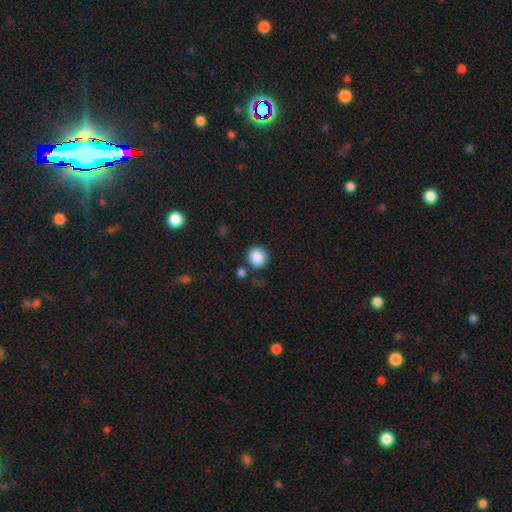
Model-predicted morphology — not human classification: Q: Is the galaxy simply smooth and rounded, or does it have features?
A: smooth — 88%.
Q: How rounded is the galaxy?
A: round — 94%.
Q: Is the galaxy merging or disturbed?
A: none — 84%.